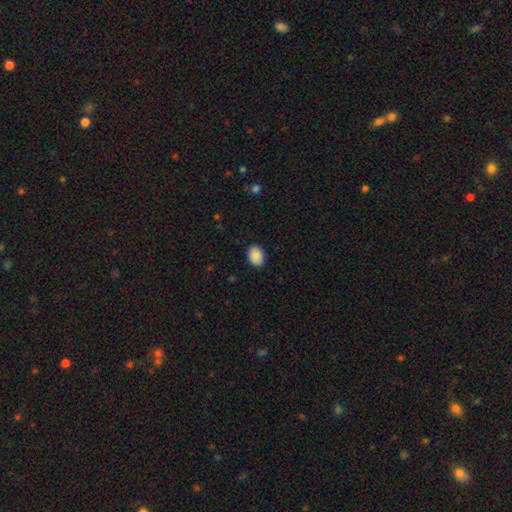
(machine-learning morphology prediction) A smooth galaxy with no disk features (89%) that is in between round and cigar-shaped (72%). Merging: none (87%).